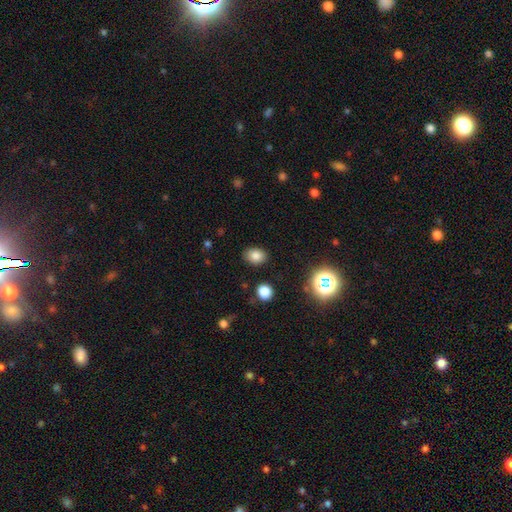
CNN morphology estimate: Smooth or featured? Predicted: smooth (p=0.81). How rounded? Predicted: in between (p=0.69). Merging? Predicted: none (p=0.86).